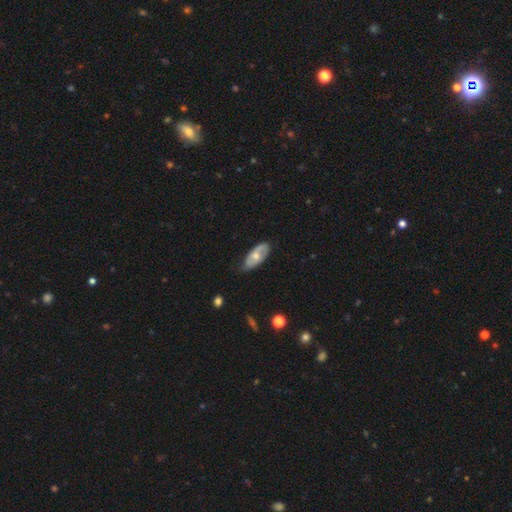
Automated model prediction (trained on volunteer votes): smooth-or-featured: featured or disk: 47% (tied) | smooth: 47% (tied) | star or artifact: 6%
  merging: none: 63% | minor disturbance: 30% | major disturbance: 5% | merger: 2%